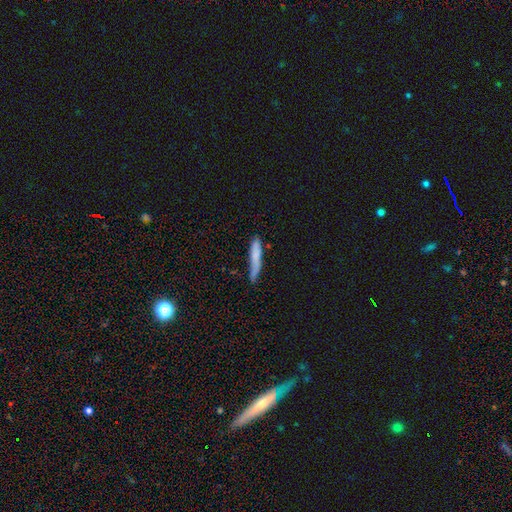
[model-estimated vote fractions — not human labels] This is likely a smooth galaxy (75%). How rounded: clearly cigar-shaped (91%). Merging: likely none (60%).